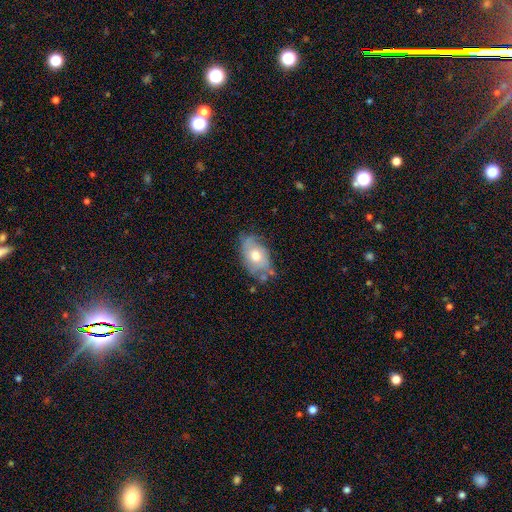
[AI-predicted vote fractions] smooth 51%, featured or disk 41%, star or artifact 8%. Down the decision tree: how rounded — in between (86%); merging — none (56%).